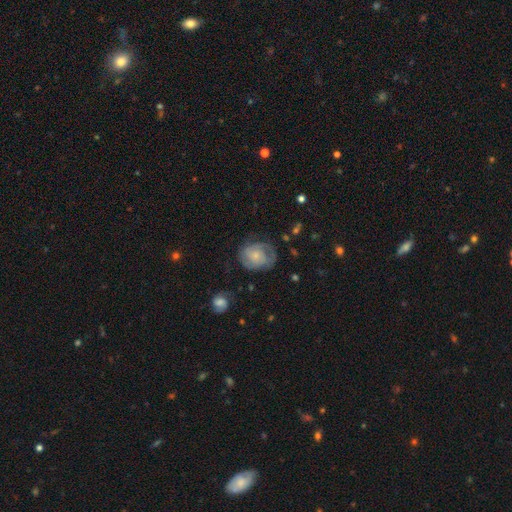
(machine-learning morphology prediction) Q: Smooth or featured?
A: featured or disk (56%); runner-up: smooth (37%)
Q: Edge-on disk?
A: no (97%); runner-up: yes (3%)
Q: Bar?
A: no (74%); runner-up: weak (22%)
Q: Spiral arms?
A: yes (80%); runner-up: no (20%)
Q: Bulge size?
A: small (59%); runner-up: moderate (27%)
Q: Merging?
A: none (58%); runner-up: minor disturbance (25%)